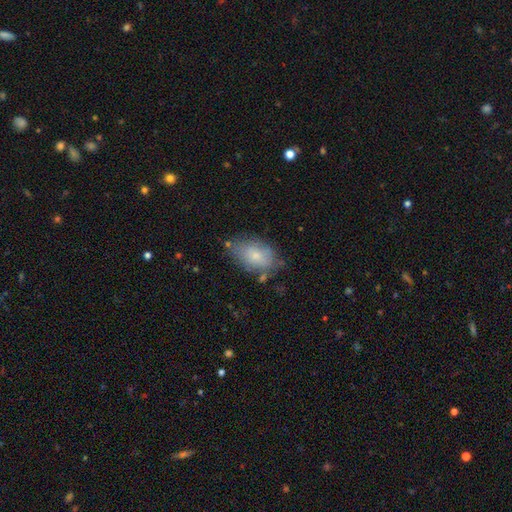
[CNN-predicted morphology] smooth-or-featured: smooth: 72% | featured or disk: 20% | star or artifact: 8%
  how-rounded: in between: 90% | round: 8% | cigar-shaped: 2%
  merging: none: 64% | minor disturbance: 24% | major disturbance: 7% | merger: 5%